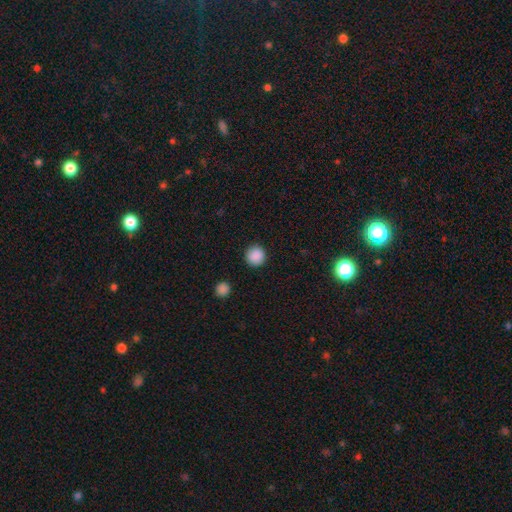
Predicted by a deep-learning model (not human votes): Morphology: type=smooth (89%); roundness=round (95%); merging=none (91%).